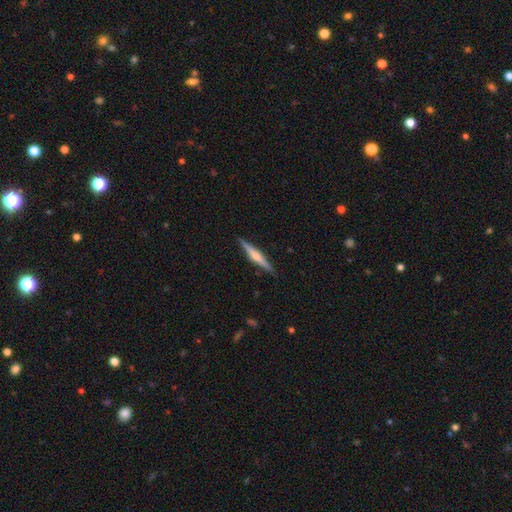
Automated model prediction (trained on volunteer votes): A featured or disk galaxy (62%) viewed edge-on (97%) with a rounded central bulge (78%).

Vote fractions:
- Smooth or featured? featured or disk: 62% / smooth: 33% / star or artifact: 5%
- Edge-on disk? yes: 97% / no: 3%
- Edge-on bulge? rounded: 78% / none: 13% / boxy: 9%
- Merging? none: 90% / minor disturbance: 7% / major disturbance: 1% / merger: 1%